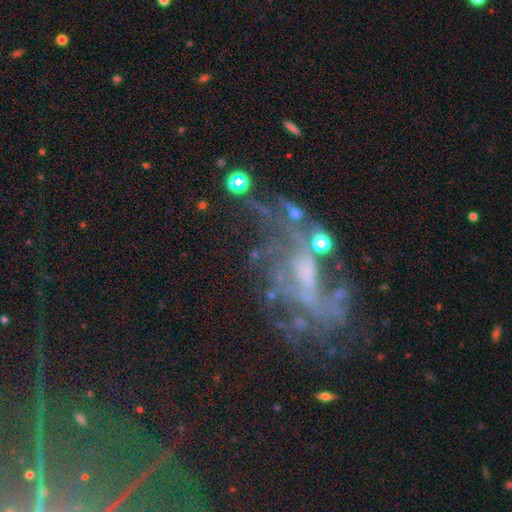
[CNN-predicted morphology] Q: Smooth or featured?
A: featured or disk (65%); runner-up: star or artifact (21%)
Q: Edge-on disk?
A: no (95%); runner-up: yes (5%)
Q: Bar?
A: no (59%); runner-up: weak (27%)
Q: Spiral arms?
A: yes (66%); runner-up: no (34%)
Q: Bulge size?
A: none (51%); runner-up: small (25%)
Q: Merging?
A: none (44%); runner-up: major disturbance (32%)